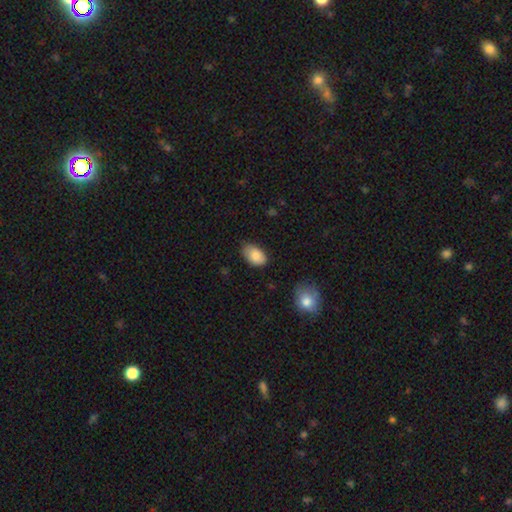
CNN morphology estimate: smooth_or_featured: smooth (p=0.85) [alt: featured or disk p=0.08]
how_rounded: in between (p=0.91) [alt: round p=0.08]
merging: none (p=0.70) [alt: minor disturbance p=0.25]